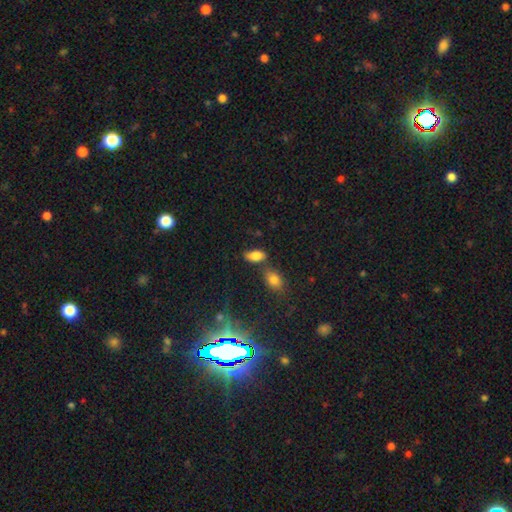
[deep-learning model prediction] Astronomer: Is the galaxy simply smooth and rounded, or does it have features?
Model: smooth — 81%.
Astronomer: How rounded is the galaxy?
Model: in between — 91%.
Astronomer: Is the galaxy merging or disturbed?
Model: none — 60%.